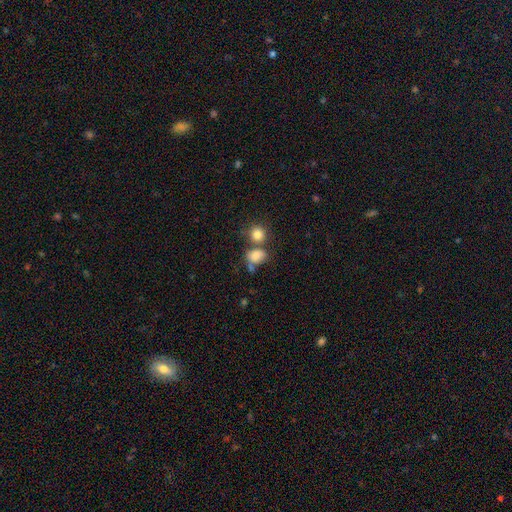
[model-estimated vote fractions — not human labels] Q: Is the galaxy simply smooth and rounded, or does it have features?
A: smooth — 78%.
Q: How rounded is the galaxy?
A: in between — 56%.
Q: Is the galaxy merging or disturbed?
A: none — 43%.